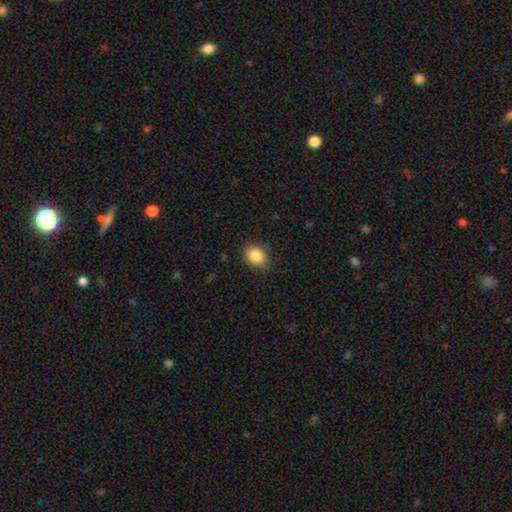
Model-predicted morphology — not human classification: smooth-or-featured: smooth: 87% | star or artifact: 8% | featured or disk: 5%
  how-rounded: in between: 67% | round: 32% | cigar-shaped: 1%
  merging: none: 85% | minor disturbance: 11% | major disturbance: 3% | merger: 1%